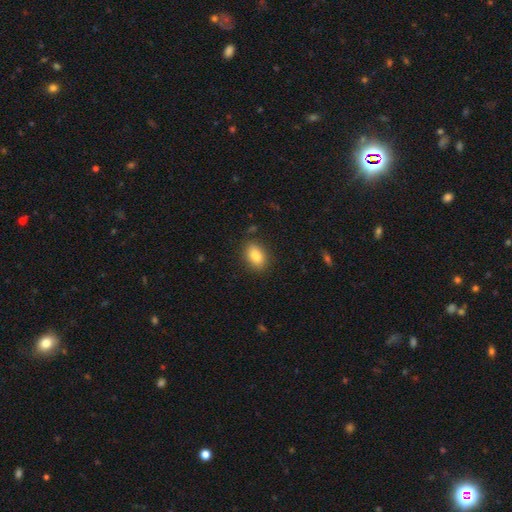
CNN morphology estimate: A smooth galaxy with no disk features (83%) that is in between round and cigar-shaped (83%). Merging: none (86%).